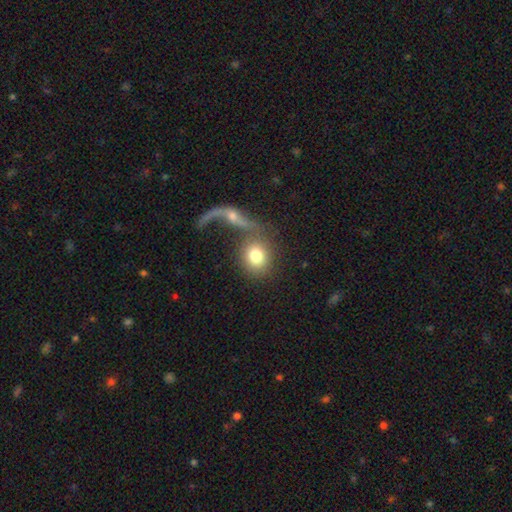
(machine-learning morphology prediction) Smooth or featured? smooth (76%)
How rounded? round (72%)
Merging? none (47%)